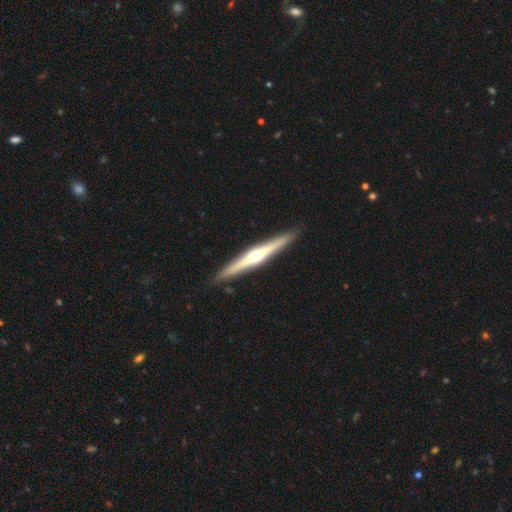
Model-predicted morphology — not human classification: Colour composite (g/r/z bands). It shows a featured or disk galaxy (77%) viewed edge-on (98%) with a rounded central bulge (88%). Merging: none (92%).